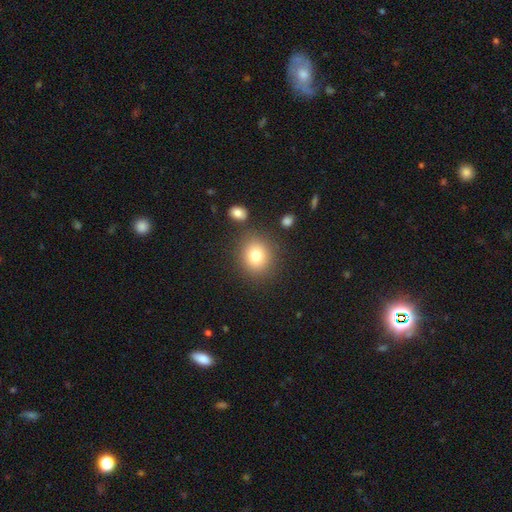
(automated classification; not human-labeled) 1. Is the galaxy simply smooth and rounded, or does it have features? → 80% smooth, 11% star or artifact, 9% featured or disk.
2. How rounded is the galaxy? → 77% round, 22% in between, 1% cigar-shaped.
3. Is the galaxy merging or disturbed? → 82% none, 9% minor disturbance, 5% merger, 4% major disturbance.